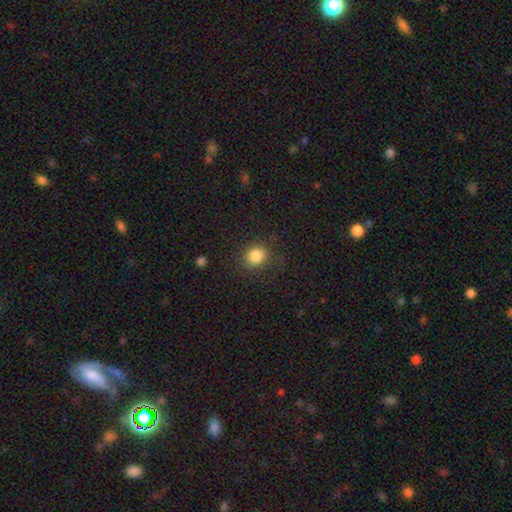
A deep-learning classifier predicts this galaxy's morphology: Smooth or featured? Predicted: smooth (p=0.84). How rounded? Predicted: round (p=0.79). Merging? Predicted: none (p=0.85).